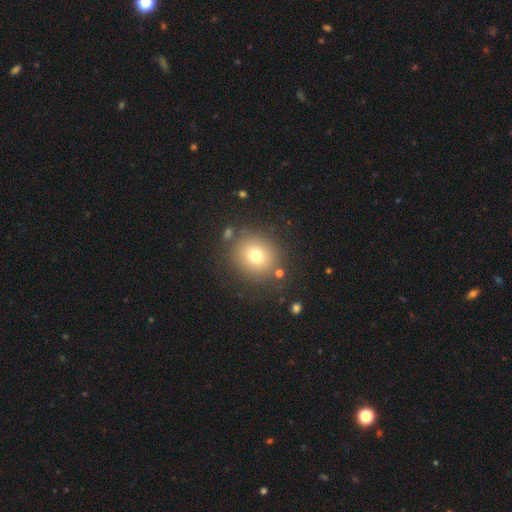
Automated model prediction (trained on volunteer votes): Smooth or featured? smooth (74%)
How rounded? round (83%)
Merging? none (82%)